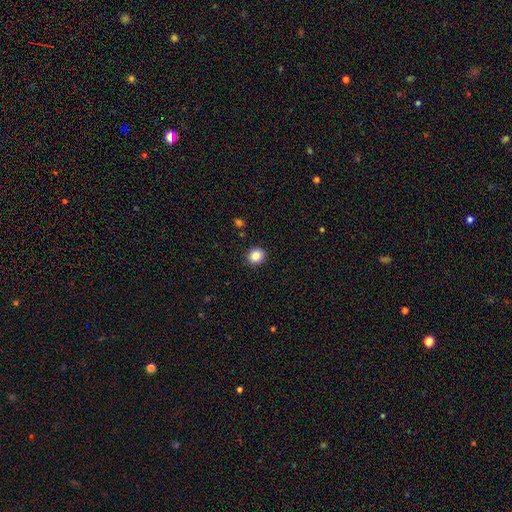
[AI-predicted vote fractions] Morphology: type=smooth (86%); roundness=round (81%); merging=none (92%).